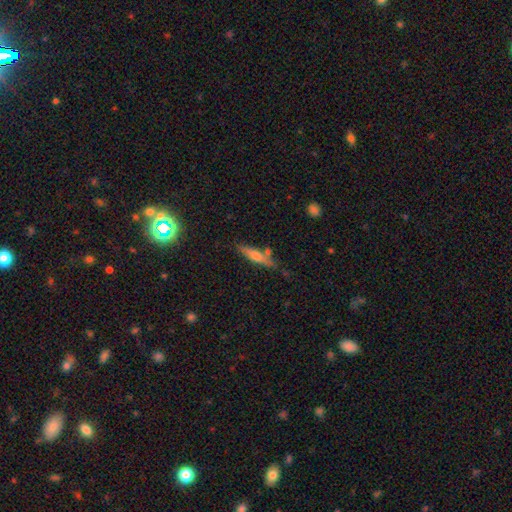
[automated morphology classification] Smooth or featured? smooth (53%)
How rounded? cigar-shaped (79%)
Merging? none (72%)